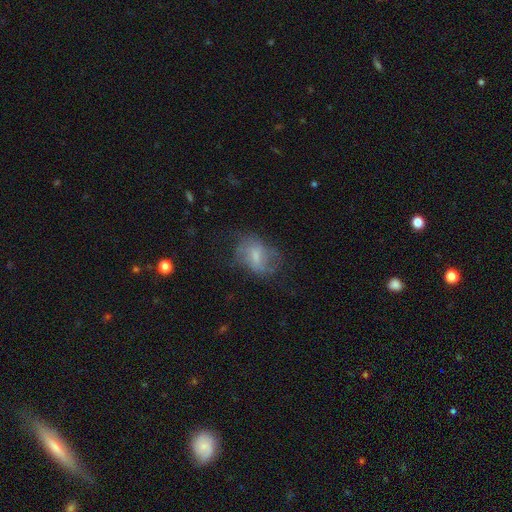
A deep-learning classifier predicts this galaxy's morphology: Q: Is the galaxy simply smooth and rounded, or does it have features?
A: smooth — 47%.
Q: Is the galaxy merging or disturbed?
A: none — 48%.